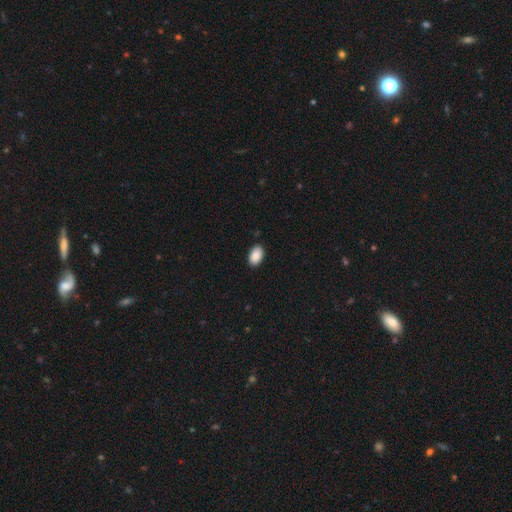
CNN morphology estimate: Smooth or featured? Predicted: smooth (p=0.90). How rounded? Predicted: in between (p=0.93). Merging? Predicted: none (p=0.89).